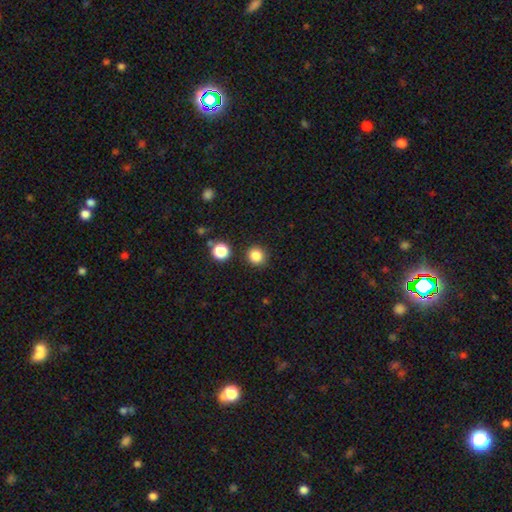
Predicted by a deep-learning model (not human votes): smooth 85%, star or artifact 12%, featured or disk 4%. Down the decision tree: how rounded — round (90%); merging — none (88%).